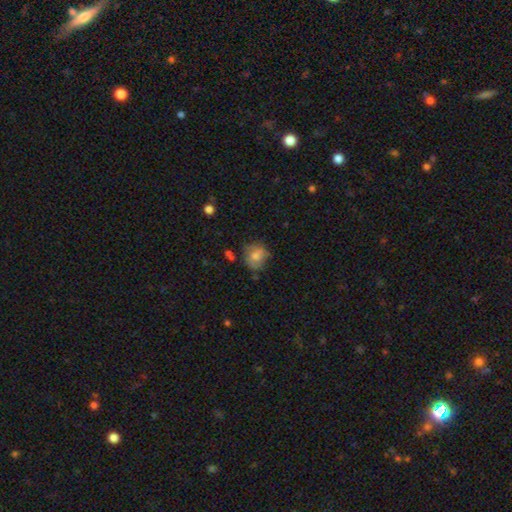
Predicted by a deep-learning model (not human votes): This appears to be a smooth galaxy with no disk features (62%) that is round (75%). Merging: none (62%).